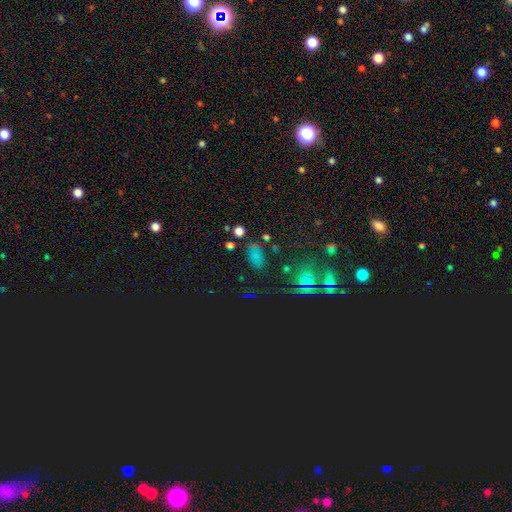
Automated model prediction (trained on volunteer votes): Smooth or featured: smooth — 61% (star or artifact — 31%)
How rounded: in between — 84% (round — 13%)
Merging: none — 68% (minor disturbance — 18%)